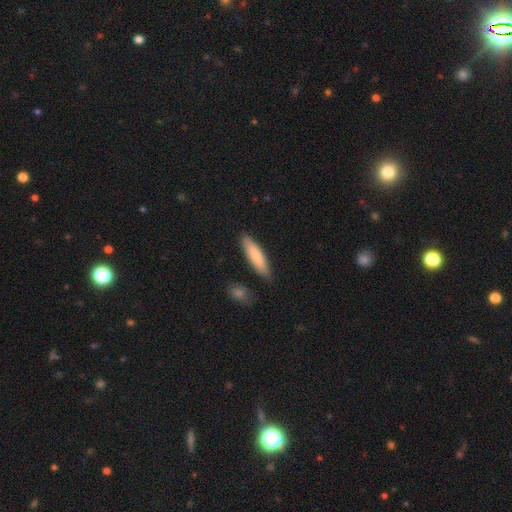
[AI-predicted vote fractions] The model was most divided on "how rounded": cigar-shaped: 68%, in between: 31%, round: 2%. More confident: merging — none (86%); smooth or featured — smooth (82%).